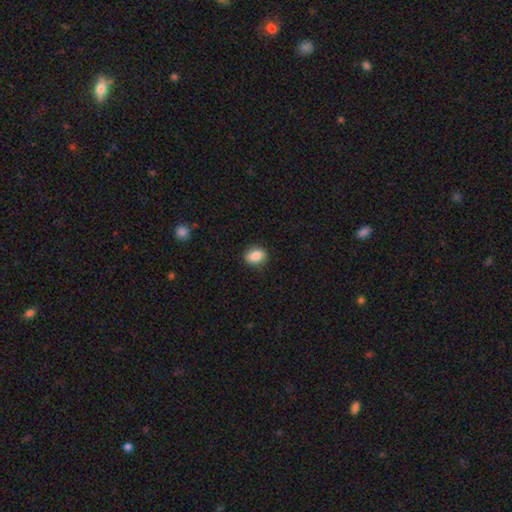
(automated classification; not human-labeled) This appears to be a smooth galaxy with no disk features (85%) that is in between round and cigar-shaped (58%). Merging: none (86%).